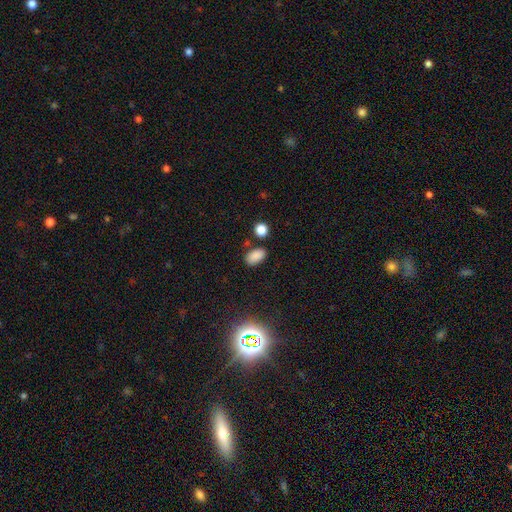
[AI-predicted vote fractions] smooth_or_featured: smooth (p=0.84) [alt: star or artifact p=0.12]
how_rounded: in between (p=0.90) [alt: round p=0.08]
merging: none (p=0.79) [alt: minor disturbance p=0.12]